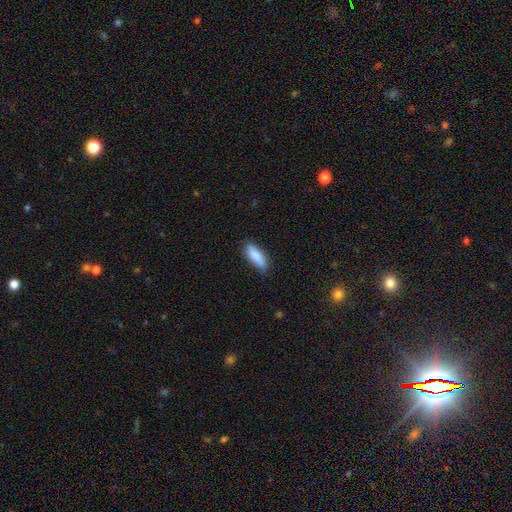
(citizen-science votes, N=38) A smooth galaxy with no disk features (87%) that is cigar-shaped (67%).

Vote fractions:
- Smooth or featured? smooth: 87% / featured or disk: 11% / star or artifact: 3%
- How rounded? cigar-shaped: 67% / in between: 33% / round: 0%
- Merging? none: 84% / minor disturbance: 14% / merger: 3% / major disturbance: 0%